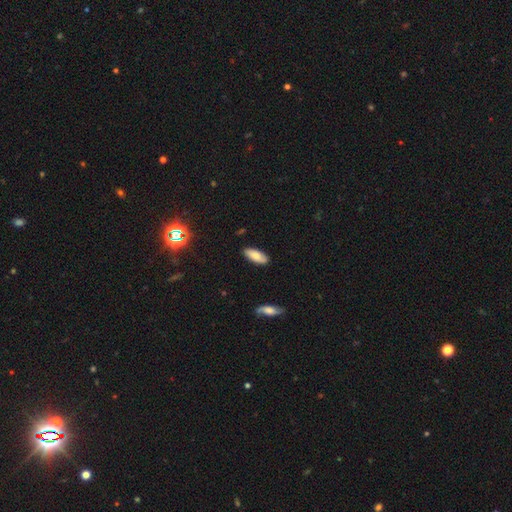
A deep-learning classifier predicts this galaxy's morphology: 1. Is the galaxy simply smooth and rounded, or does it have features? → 83% smooth, 11% featured or disk, 7% star or artifact.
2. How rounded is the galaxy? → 80% in between, 18% cigar-shaped, 2% round.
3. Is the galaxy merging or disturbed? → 86% none, 11% minor disturbance, 2% major disturbance, 1% merger.